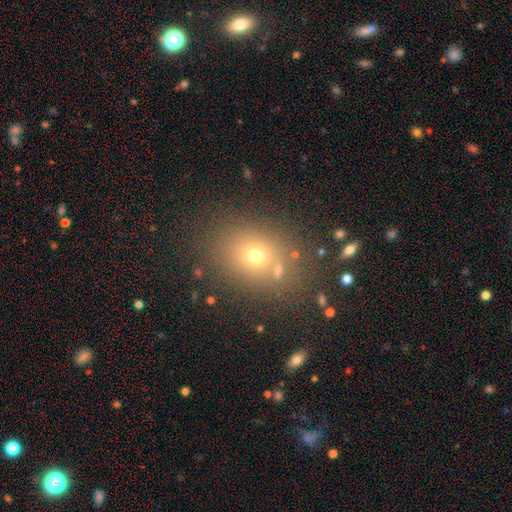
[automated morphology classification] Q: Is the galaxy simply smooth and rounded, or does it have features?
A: smooth — 62%.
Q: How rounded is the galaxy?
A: in between — 50%.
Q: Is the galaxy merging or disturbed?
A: none — 74%.